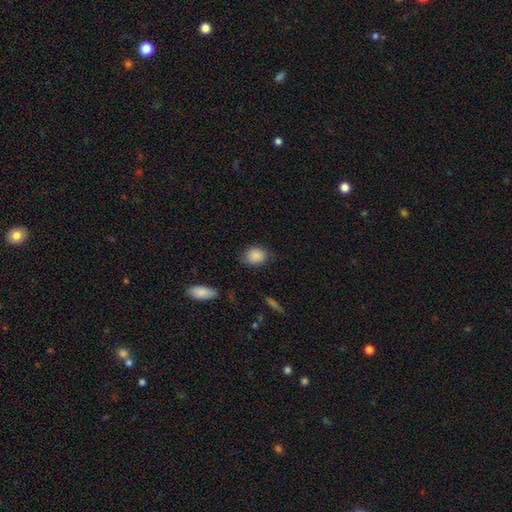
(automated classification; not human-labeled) Morphology: type=smooth (87%); roundness=in between (55%); merging=none (76%).